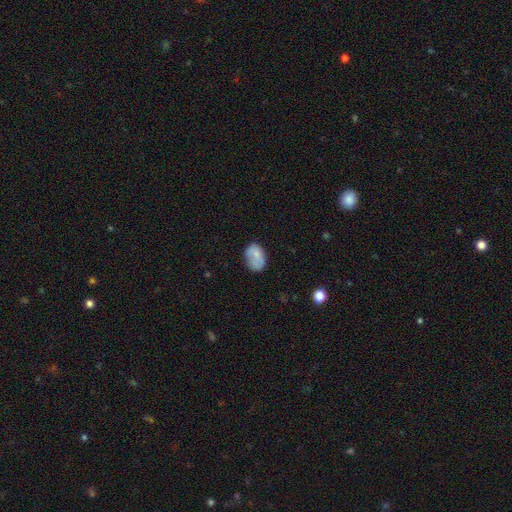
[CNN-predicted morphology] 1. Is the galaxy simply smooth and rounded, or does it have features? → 75% smooth, 17% featured or disk, 8% star or artifact.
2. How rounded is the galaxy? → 83% in between, 16% round, 1% cigar-shaped.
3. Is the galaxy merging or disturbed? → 62% none, 27% minor disturbance, 8% major disturbance, 3% merger.